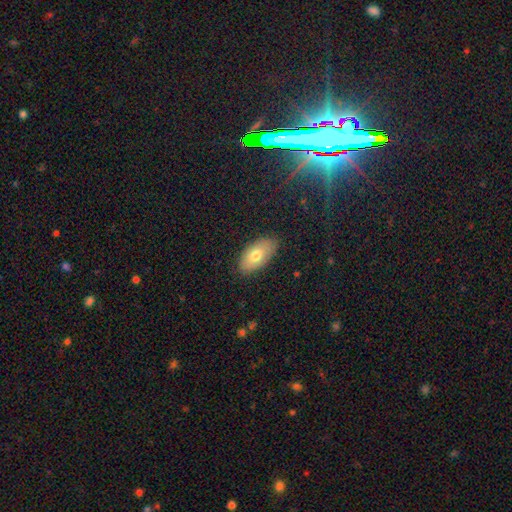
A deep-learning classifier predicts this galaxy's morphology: Q: Smooth or featured?
A: smooth (73%); runner-up: featured or disk (21%)
Q: How rounded?
A: in between (93%); runner-up: round (4%)
Q: Merging?
A: none (83%); runner-up: minor disturbance (14%)